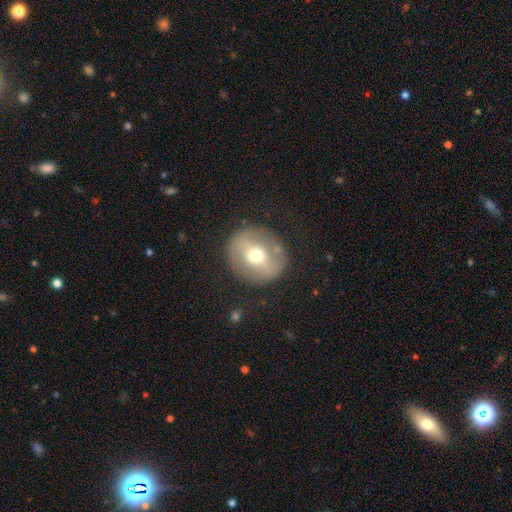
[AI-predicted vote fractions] The model was most divided on "smooth or featured": featured or disk: 47%, smooth: 46%, star or artifact: 7%. More confident: merging — none (85%).